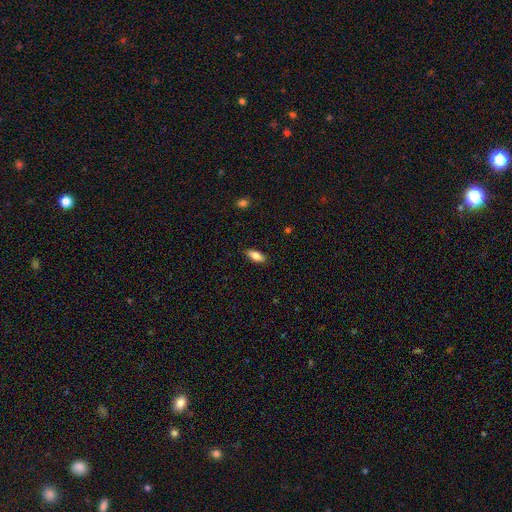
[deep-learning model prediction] smooth_or_featured: smooth (p=0.82) [alt: featured or disk p=0.12]
how_rounded: in between (p=0.78) [alt: cigar-shaped p=0.20]
merging: none (p=0.87) [alt: minor disturbance p=0.10]